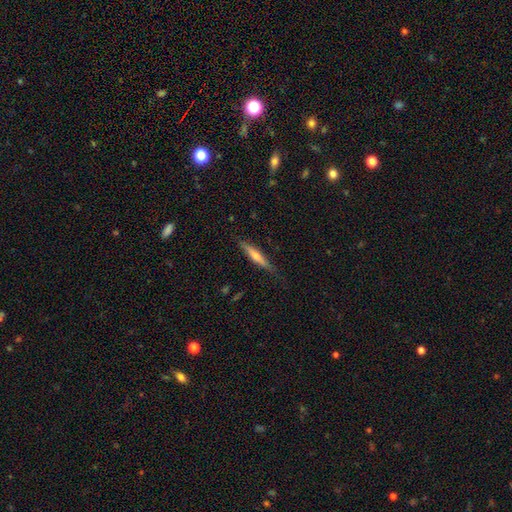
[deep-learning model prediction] Overall: featured or disk (55%; smooth 39%). Edge-on disk: yes (95%). Edge-on bulge: rounded (78%). Merging: none (81%).